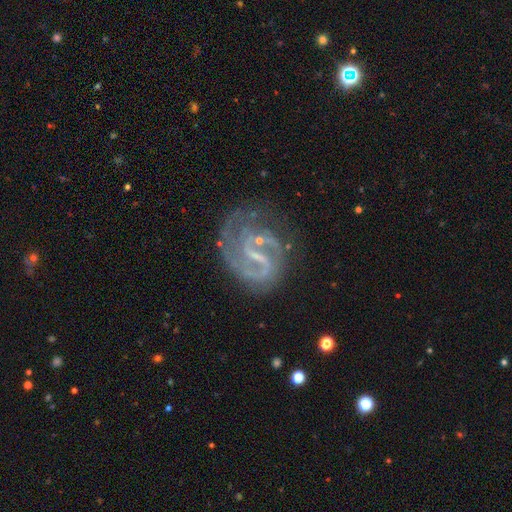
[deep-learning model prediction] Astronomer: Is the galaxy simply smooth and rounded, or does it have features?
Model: featured or disk — 85%.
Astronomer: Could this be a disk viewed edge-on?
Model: no — 98%.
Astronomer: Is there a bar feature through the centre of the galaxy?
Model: weak — 47% (runner-up: strong, 35%).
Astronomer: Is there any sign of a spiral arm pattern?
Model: yes — 92%.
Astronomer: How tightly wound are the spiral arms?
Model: medium — 47% (runner-up: tight, 30%).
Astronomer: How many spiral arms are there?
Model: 2 — 60%.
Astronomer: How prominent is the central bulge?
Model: small — 53% (runner-up: none, 34%).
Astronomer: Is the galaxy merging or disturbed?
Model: none — 55%.